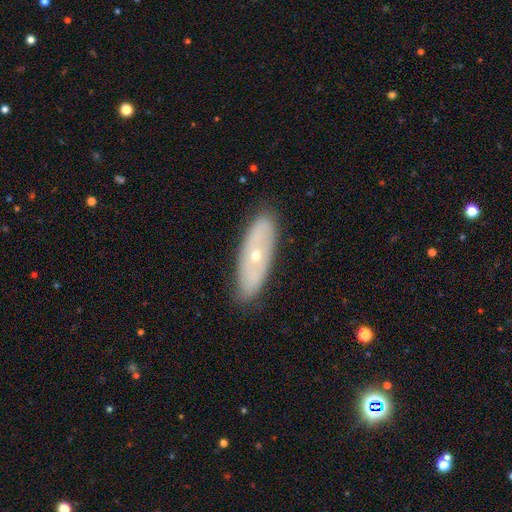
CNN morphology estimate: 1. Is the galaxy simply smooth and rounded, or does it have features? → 57% featured or disk, 35% smooth, 7% star or artifact.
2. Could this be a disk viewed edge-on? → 71% no, 29% yes.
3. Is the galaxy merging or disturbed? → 85% none, 11% minor disturbance, 2% major disturbance, 1% merger.